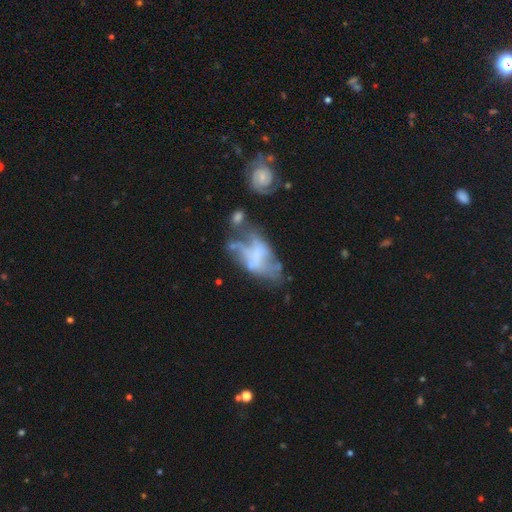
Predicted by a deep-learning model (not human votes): Overall: featured or disk (61%; smooth 28%). Edge-on disk: no (94%). Bar: no (73%). Spiral arms: no (62%; yes 38%). Bulge size: none (66%). Merging: major disturbance (36%; none 26%).